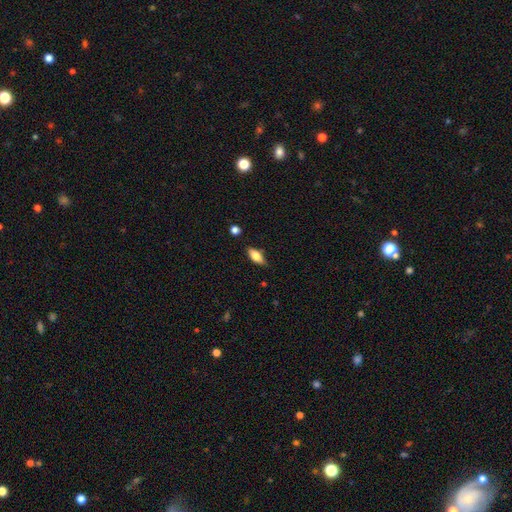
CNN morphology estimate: type=smooth (72%); roundness=in between (83%); merging=none (82%).